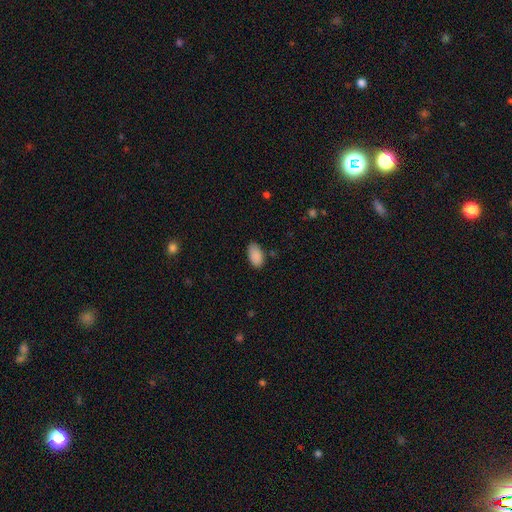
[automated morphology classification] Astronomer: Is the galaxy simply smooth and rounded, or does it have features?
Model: smooth — 89%.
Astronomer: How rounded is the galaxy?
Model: in between — 94%.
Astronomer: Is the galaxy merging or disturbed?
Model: none — 80%.